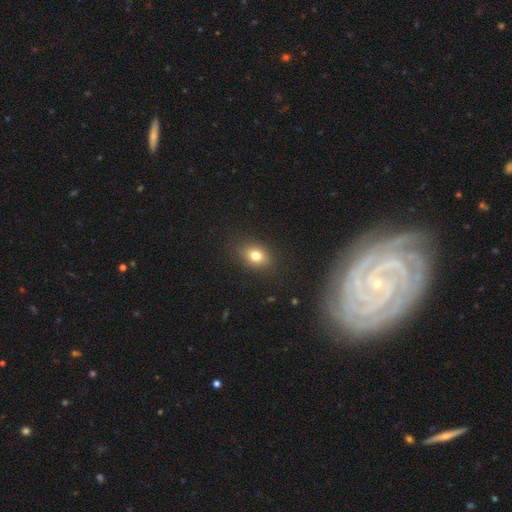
smooth 79%, featured or disk 13%, star or artifact 8%. Down the decision tree: how rounded — in between (57%); merging — none (83%).